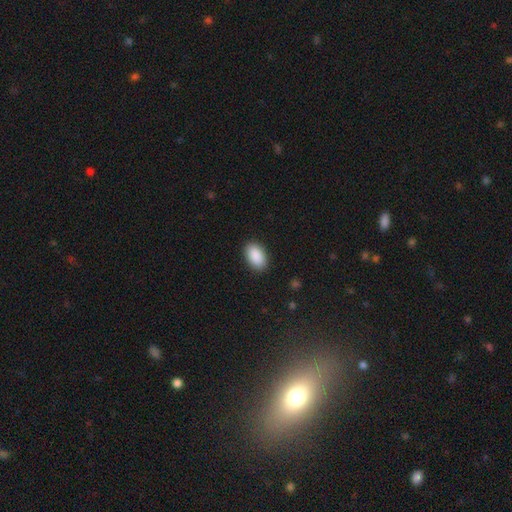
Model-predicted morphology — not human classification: A smooth galaxy with no disk features (91%) that is in between round and cigar-shaped (94%). Merging: none (89%).